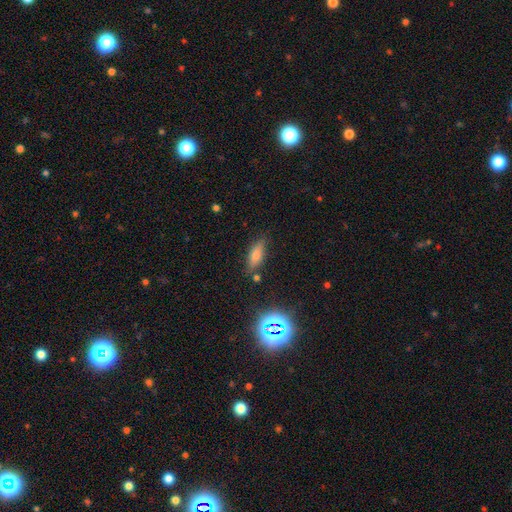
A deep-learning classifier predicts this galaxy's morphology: A smooth galaxy with no disk features (65%) that is in between round and cigar-shaped (64%).

Vote fractions:
- Smooth or featured? smooth: 65% / featured or disk: 18% / star or artifact: 17%
- How rounded? in between: 64% / cigar-shaped: 31% / round: 4%
- Merging? none: 76% / minor disturbance: 17% / major disturbance: 4% / merger: 4%